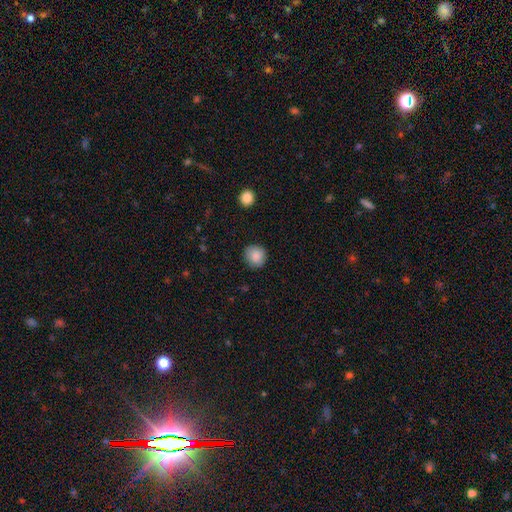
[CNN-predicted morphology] Smooth or featured? Predicted: smooth (p=0.88). How rounded? Predicted: round (p=0.90). Merging? Predicted: none (p=0.89).